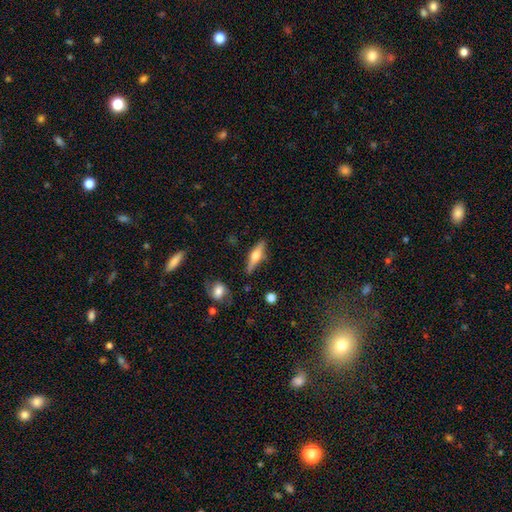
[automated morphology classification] Overall: featured or disk (60%; smooth 34%). Edge-on disk: yes (95%). Edge-on bulge: rounded (94%). Merging: none (83%).